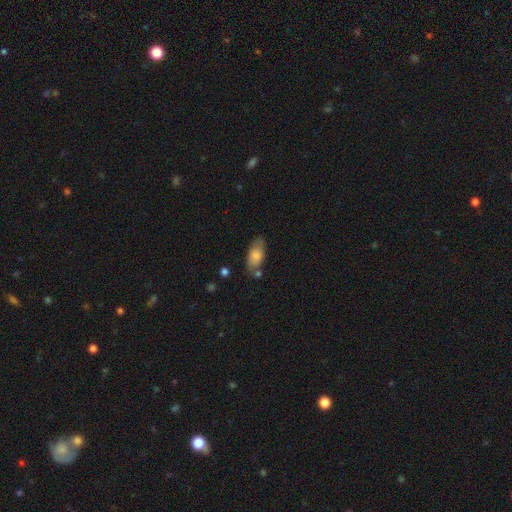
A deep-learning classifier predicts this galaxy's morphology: smooth-or-featured: smooth: 77% | featured or disk: 16% | star or artifact: 7%
  how-rounded: in between: 88% | cigar-shaped: 9% | round: 3%
  merging: none: 67% | minor disturbance: 20% | merger: 8% | major disturbance: 5%